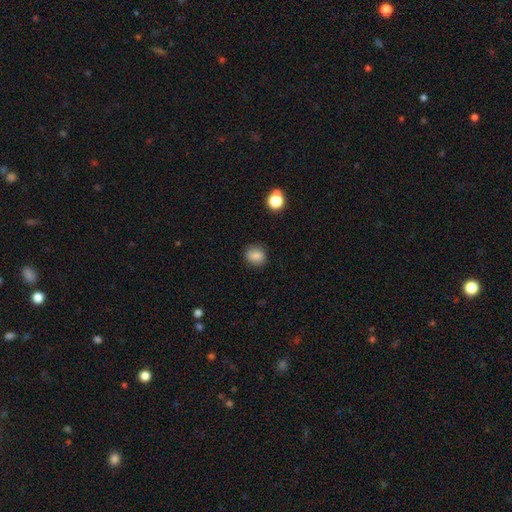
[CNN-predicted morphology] Smooth or featured: smooth — 84% (star or artifact — 10%)
How rounded: round — 69% (in between — 30%)
Merging: none — 85% (minor disturbance — 11%)